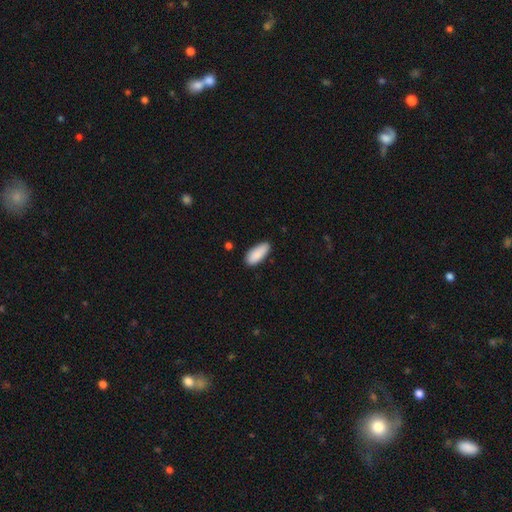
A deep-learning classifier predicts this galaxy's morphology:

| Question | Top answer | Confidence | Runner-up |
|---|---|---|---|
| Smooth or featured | smooth | 90% | star or artifact (6%) |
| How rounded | in between | 82% | cigar-shaped (16%) |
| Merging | none | 83% | minor disturbance (14%) |